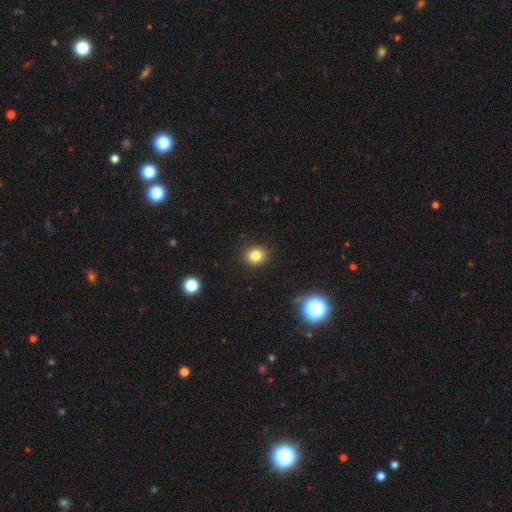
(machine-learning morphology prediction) This appears to be a smooth galaxy with no disk features (82%) that is round (78%). Merging: none (90%).